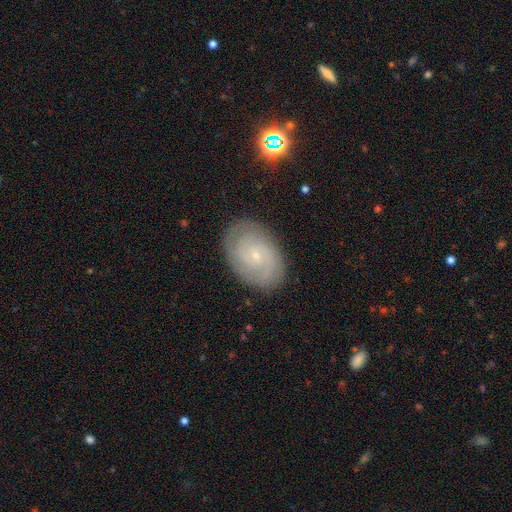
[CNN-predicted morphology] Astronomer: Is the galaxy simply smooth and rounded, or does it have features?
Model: featured or disk — 78%.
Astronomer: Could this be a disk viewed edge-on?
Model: no — 97%.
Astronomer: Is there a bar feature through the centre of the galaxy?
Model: no — 71%.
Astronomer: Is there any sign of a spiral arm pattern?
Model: yes — 94%.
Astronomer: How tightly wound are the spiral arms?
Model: tight — 71%.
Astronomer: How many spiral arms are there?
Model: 2 — 47% (runner-up: can't tell, 27%).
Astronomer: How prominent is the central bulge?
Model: small — 86%.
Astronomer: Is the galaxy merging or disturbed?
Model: none — 84%.